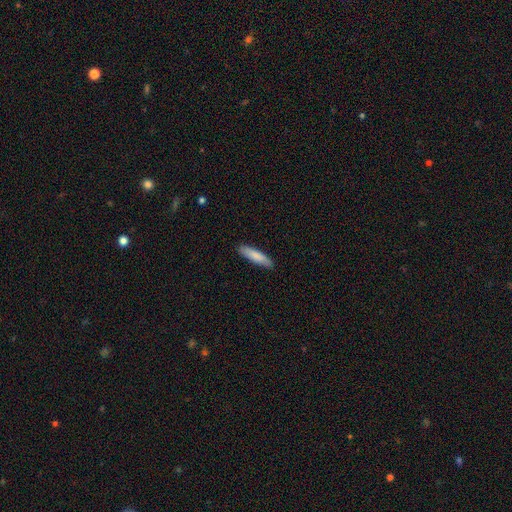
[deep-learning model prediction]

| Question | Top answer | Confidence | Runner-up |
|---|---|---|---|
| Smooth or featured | smooth | 83% | featured or disk (12%) |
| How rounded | cigar-shaped | 78% | in between (21%) |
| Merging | none | 88% | minor disturbance (9%) |